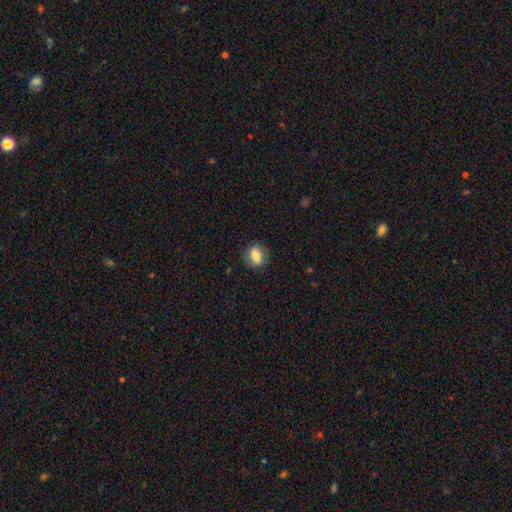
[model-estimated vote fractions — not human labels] Smooth or featured: smooth — 74% (featured or disk — 18%)
How rounded: round — 54% (in between — 44%)
Merging: none — 85% (minor disturbance — 11%)